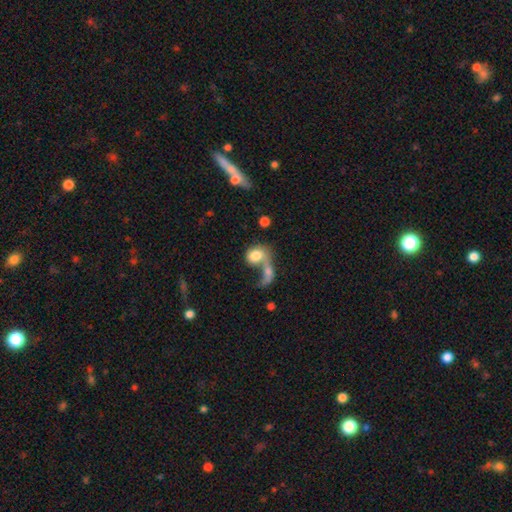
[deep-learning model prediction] This is likely a smooth galaxy (66%). How rounded: possibly in between (54%). Merging: possibly merger (58%).